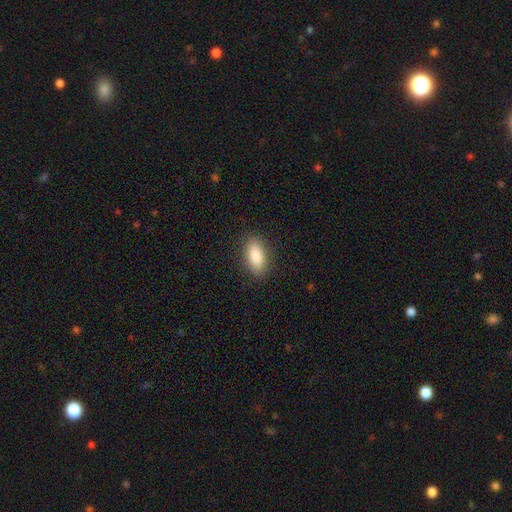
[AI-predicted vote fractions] smooth-or-featured: smooth: 87% | featured or disk: 7% | star or artifact: 6%
  how-rounded: in between: 85% | cigar-shaped: 13% | round: 3%
  merging: none: 89% | minor disturbance: 8% | major disturbance: 2% | merger: 1%